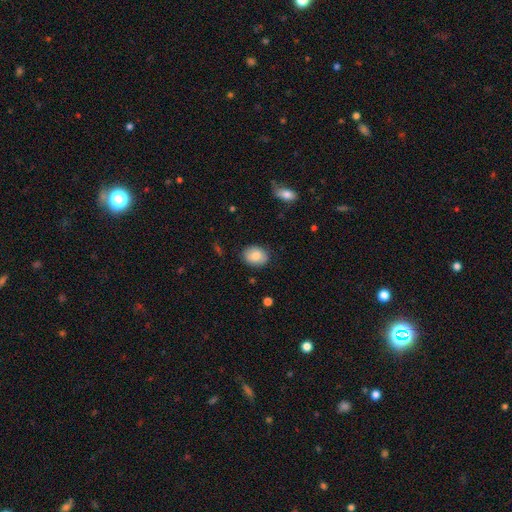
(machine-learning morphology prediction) This is clearly a smooth galaxy (82%). How rounded: likely in between (61%). Merging: clearly none (86%).